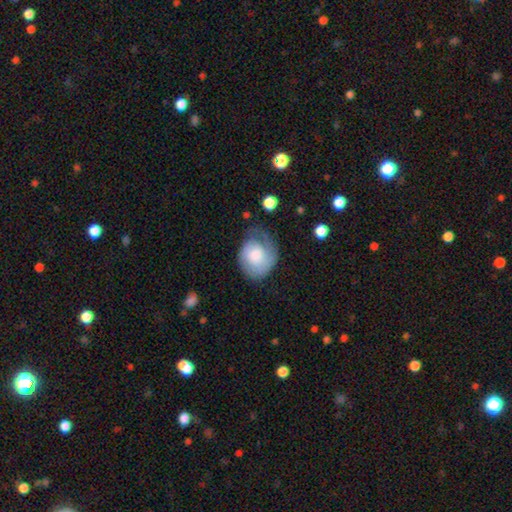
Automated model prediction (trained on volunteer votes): Smooth or featured? Predicted: smooth (p=0.52). How rounded? Predicted: round (p=0.58). Merging? Predicted: none (p=0.42).